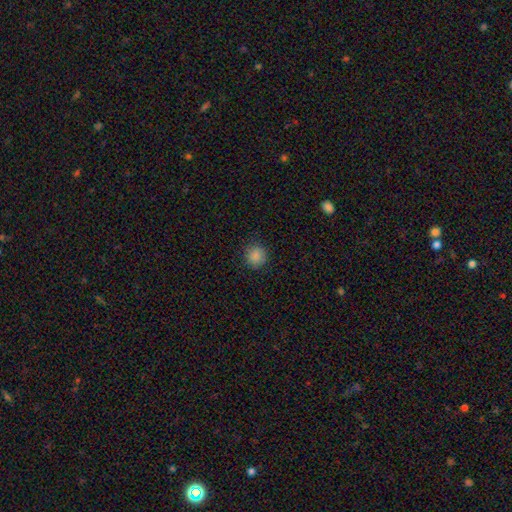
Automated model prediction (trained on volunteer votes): Smooth or featured? smooth (86%)
How rounded? round (91%)
Merging? none (88%)